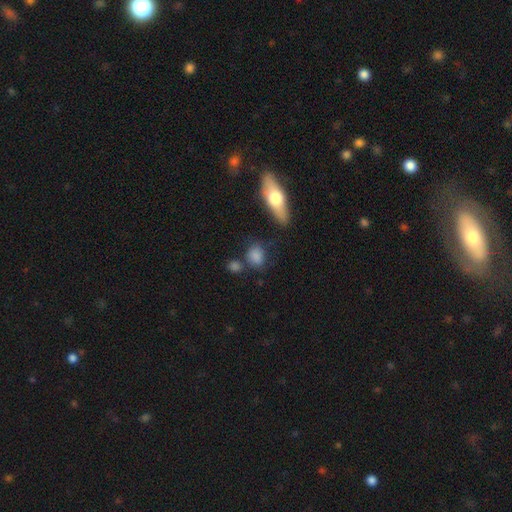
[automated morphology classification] Smooth or featured? Predicted: smooth (p=0.81). How rounded? Predicted: round (p=0.54). Merging? Predicted: none (p=0.61).